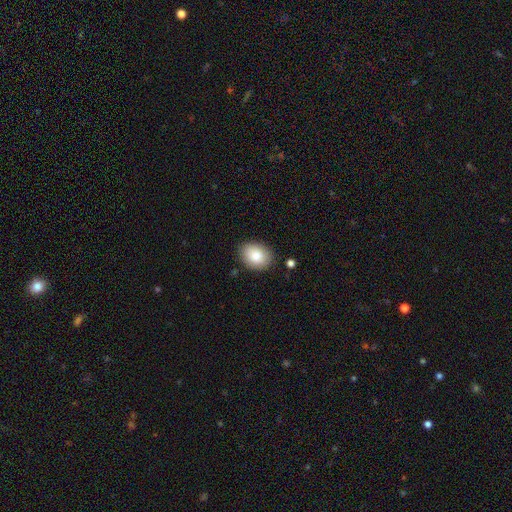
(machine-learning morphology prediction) type=smooth (85%); roundness=in between (69%); merging=none (84%).